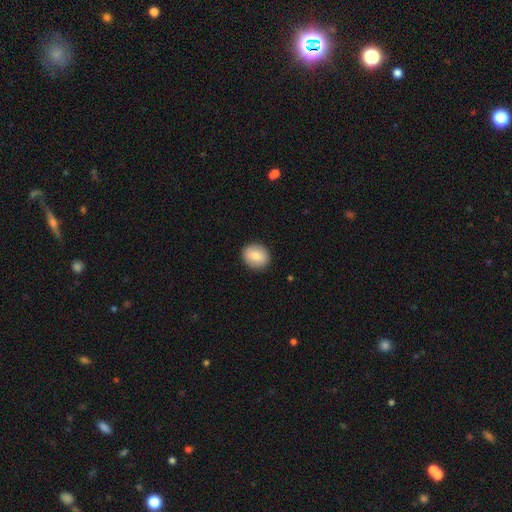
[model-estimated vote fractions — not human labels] smooth 81%, featured or disk 12%, star or artifact 7%. Down the decision tree: how rounded — round (68%); merging — none (89%).